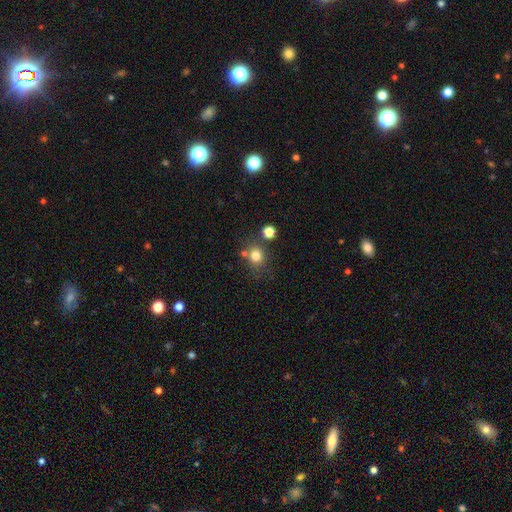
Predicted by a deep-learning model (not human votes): A smooth galaxy with no disk features (78%) that is round (76%). Merging: none (68%).